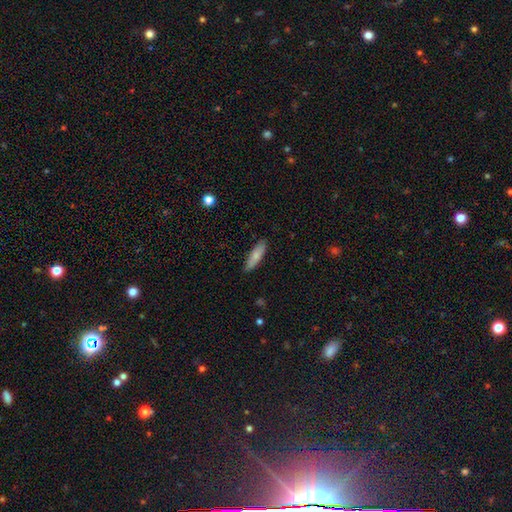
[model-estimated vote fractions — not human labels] The model was most divided on "how rounded": cigar-shaped: 59%, in between: 39%, round: 2%. More confident: merging — none (86%); smooth or featured — smooth (77%).